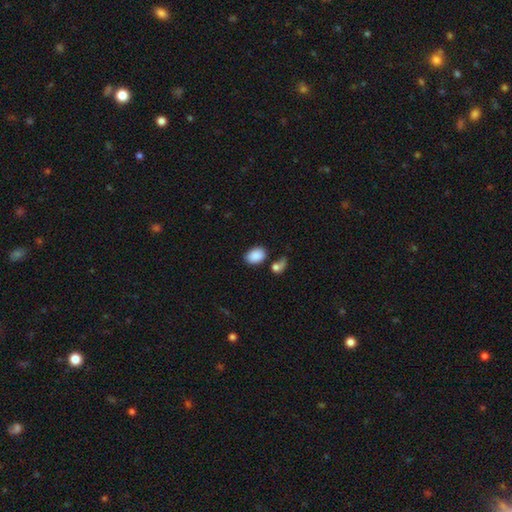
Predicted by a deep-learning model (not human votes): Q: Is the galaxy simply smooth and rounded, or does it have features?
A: smooth — 88%.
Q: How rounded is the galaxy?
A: in between — 82%.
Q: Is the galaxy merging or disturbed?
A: none — 66%.